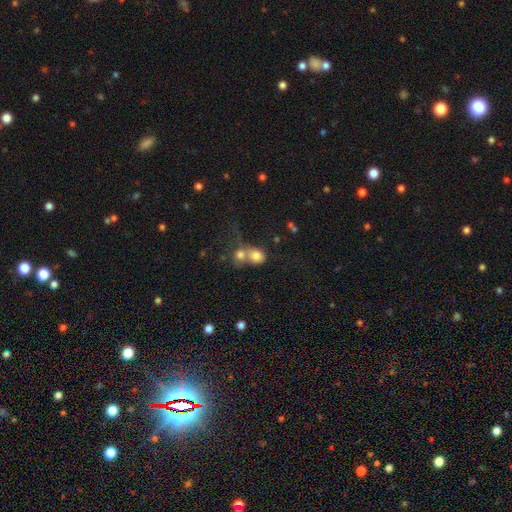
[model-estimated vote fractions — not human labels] smooth 77%, featured or disk 12%, star or artifact 11%. Down the decision tree: how rounded — round (61%); merging — merger (62%).